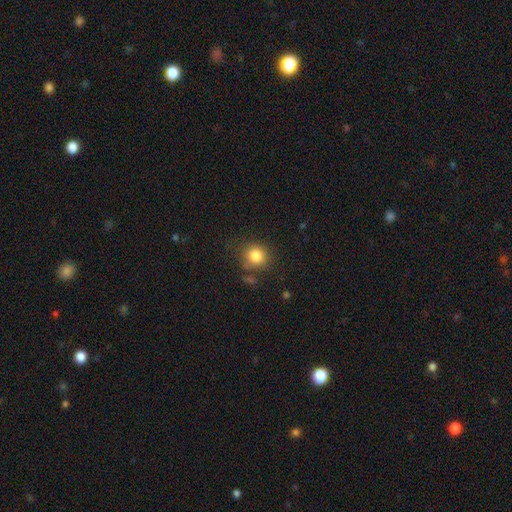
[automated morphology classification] smooth 83%, star or artifact 11%, featured or disk 6%. Down the decision tree: how rounded — round (85%); merging — none (78%).